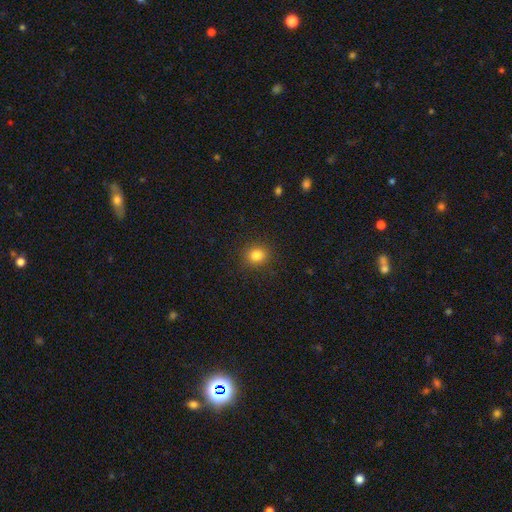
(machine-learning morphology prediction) Smooth or featured? Predicted: smooth (p=0.83). How rounded? Predicted: round (p=0.79). Merging? Predicted: none (p=0.90).